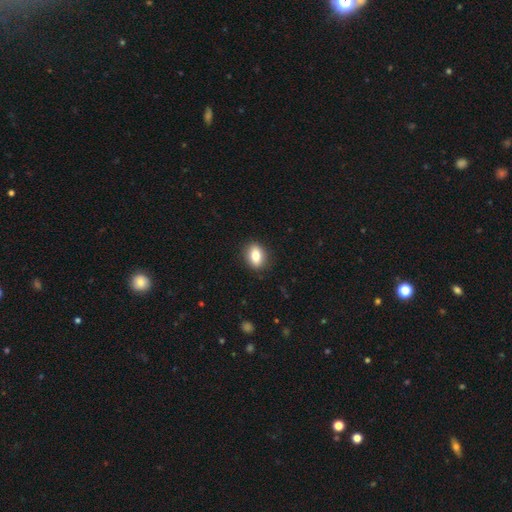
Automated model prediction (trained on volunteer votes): A smooth galaxy with no disk features (80%) that is in between round and cigar-shaped (74%). Merging: none (89%).